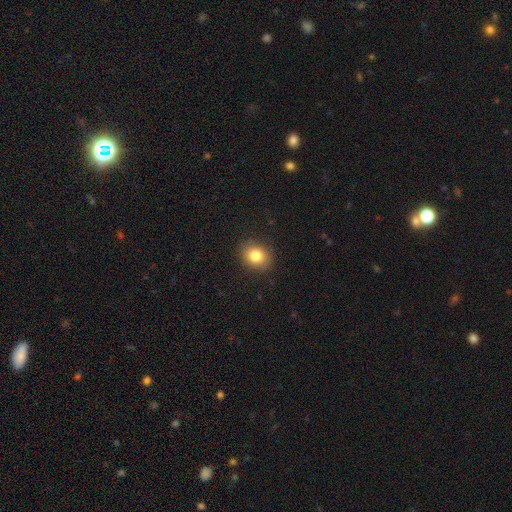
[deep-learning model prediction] smooth 82%, star or artifact 10%, featured or disk 8%. Down the decision tree: how rounded — round (62%); merging — none (87%).